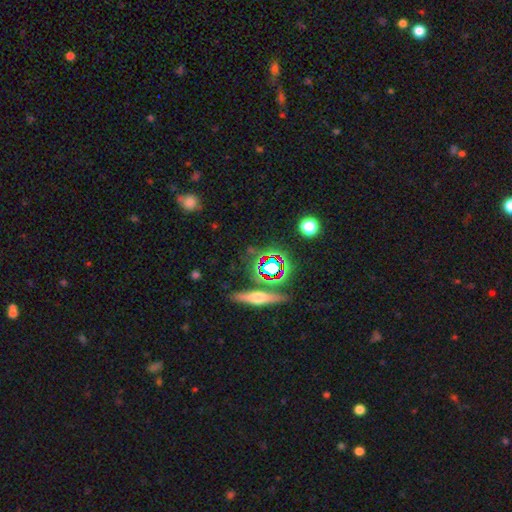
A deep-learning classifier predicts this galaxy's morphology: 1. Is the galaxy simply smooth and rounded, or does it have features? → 49% star or artifact, 32% featured or disk, 19% smooth.